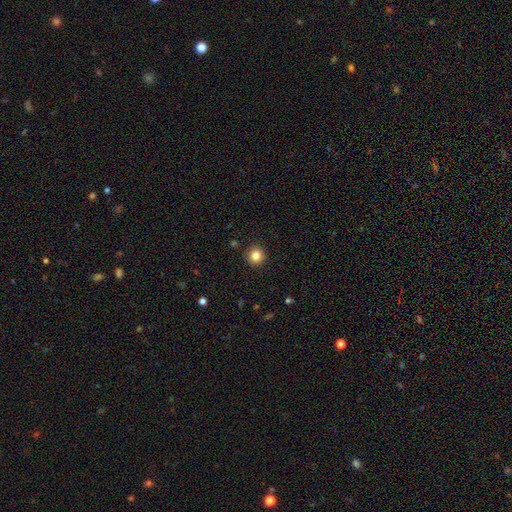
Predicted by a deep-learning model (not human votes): smooth_or_featured: smooth (p=0.84) [alt: star or artifact p=0.11]
how_rounded: round (p=0.94) [alt: in between p=0.05]
merging: none (p=0.92) [alt: minor disturbance p=0.05]